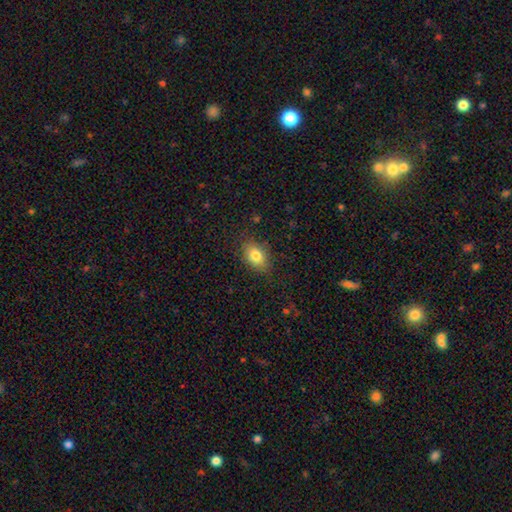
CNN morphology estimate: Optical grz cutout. It shows a smooth galaxy with no disk features (80%) that is in between round and cigar-shaped (80%). Merging: none (83%).